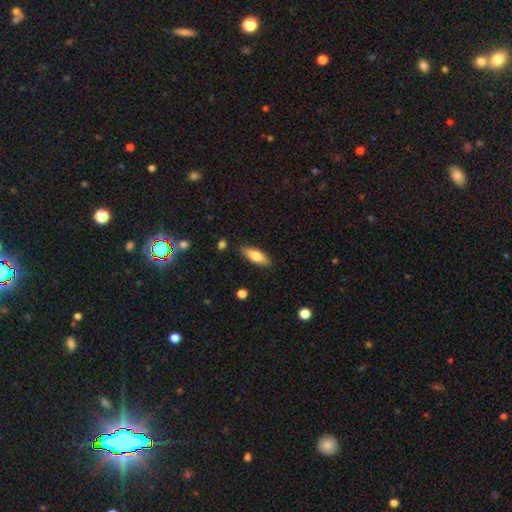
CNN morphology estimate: Smooth or featured: smooth — 74% (featured or disk — 19%)
How rounded: in between — 60% (cigar-shaped — 38%)
Merging: none — 86% (minor disturbance — 10%)